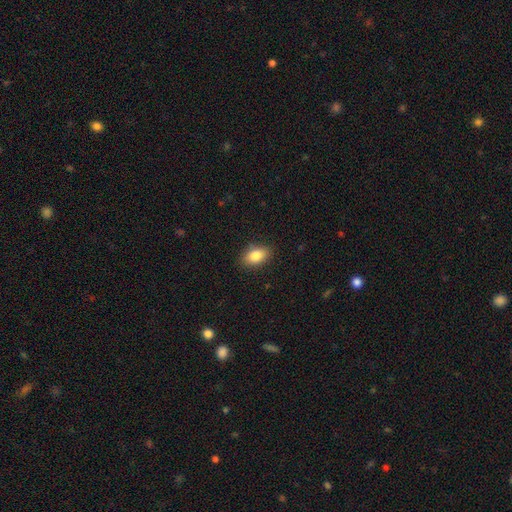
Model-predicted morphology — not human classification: This appears to be a smooth galaxy with no disk features (83%) that is in between round and cigar-shaped (88%). Merging: none (87%).